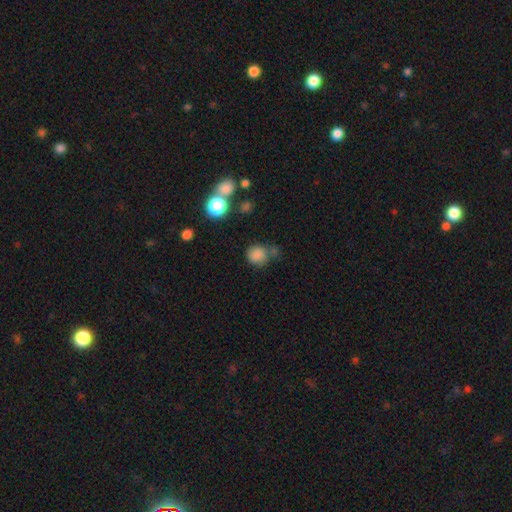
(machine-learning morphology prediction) Q: Smooth or featured?
A: smooth (83%); runner-up: star or artifact (12%)
Q: How rounded?
A: round (84%); runner-up: in between (15%)
Q: Merging?
A: none (63%); runner-up: minor disturbance (19%)